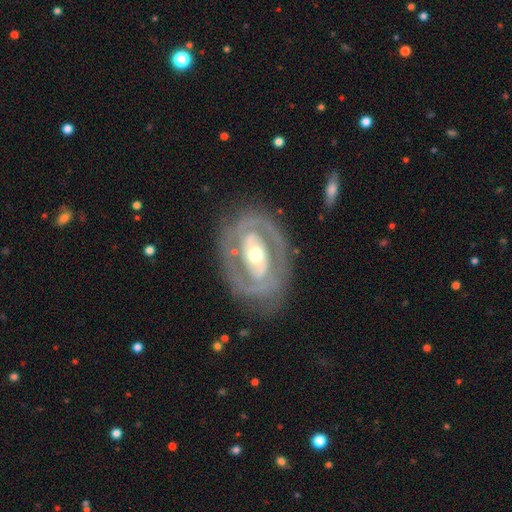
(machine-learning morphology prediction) This appears to be a featured or disk galaxy (83%) with no bar (50%), 2 (68%) tight (57%) spiral arms (70%) and a moderate central bulge (65%). Merging: none (78%).